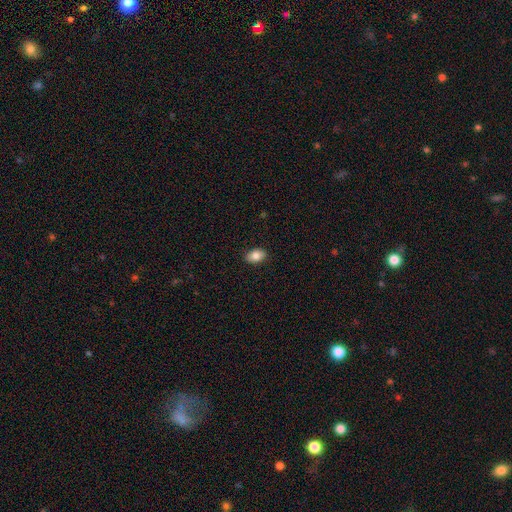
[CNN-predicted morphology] Smooth or featured? smooth (84%)
How rounded? in between (88%)
Merging? none (89%)